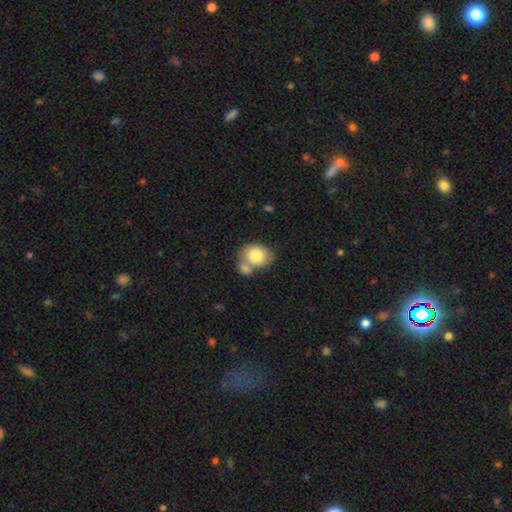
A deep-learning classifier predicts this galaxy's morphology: Smooth or featured? Predicted: smooth (p=0.80). How rounded? Predicted: round (p=0.52). Merging? Predicted: merger (p=0.45).